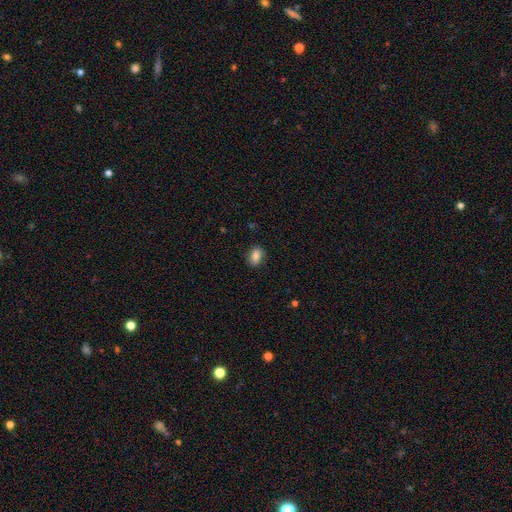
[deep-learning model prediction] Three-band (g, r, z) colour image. It shows a smooth galaxy with no disk features (82%) that is in between round and cigar-shaped (76%). Merging: none (82%).